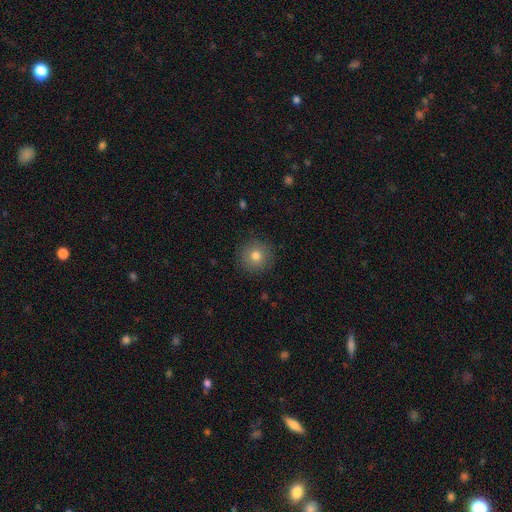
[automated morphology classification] type=smooth (78%); roundness=round (95%); merging=none (90%).